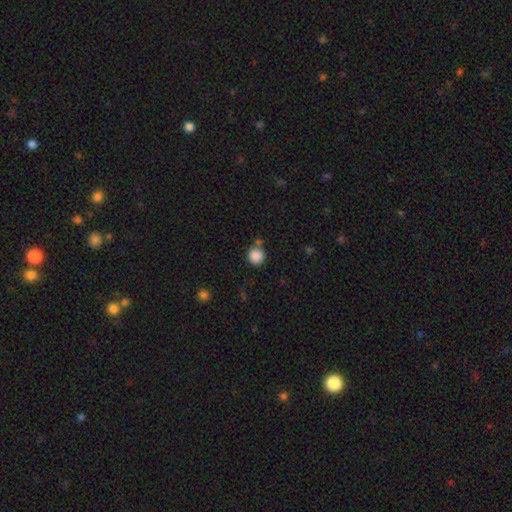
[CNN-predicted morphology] Smooth or featured? smooth (87%)
How rounded? round (93%)
Merging? none (72%)